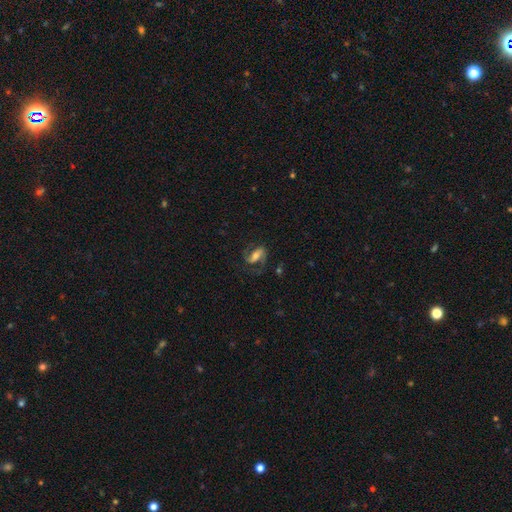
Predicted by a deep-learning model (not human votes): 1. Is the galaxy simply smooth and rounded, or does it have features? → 72% featured or disk, 21% smooth, 7% star or artifact.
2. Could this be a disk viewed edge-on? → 95% no, 5% yes.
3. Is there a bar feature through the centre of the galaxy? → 45% strong, 33% weak, 22% no.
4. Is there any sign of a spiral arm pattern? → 92% yes, 8% no.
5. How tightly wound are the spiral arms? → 49% medium, 34% loose, 17% tight.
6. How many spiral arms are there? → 85% 2, 8% 1, 4% can't tell, 1% 3, 1% 4, 1% more than 4.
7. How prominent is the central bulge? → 52% moderate, 27% small, 14% large, 4% none, 2% dominant.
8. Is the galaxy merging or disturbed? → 63% none, 18% major disturbance, 17% minor disturbance, 2% merger.